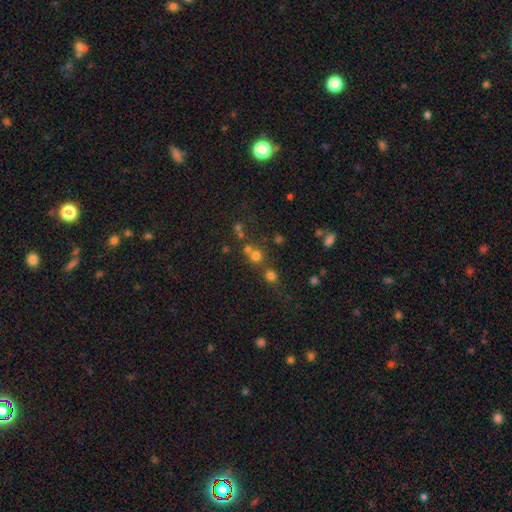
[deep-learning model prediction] Smooth or featured?
  - smooth: 65% *
  - star or artifact: 24%
  - featured or disk: 11%
How rounded?
  - round: 88% *
  - in between: 11%
  - cigar-shaped: 1%
Merging?
  - none: 56% *
  - merger: 33%
  - minor disturbance: 7%
  - major disturbance: 4%